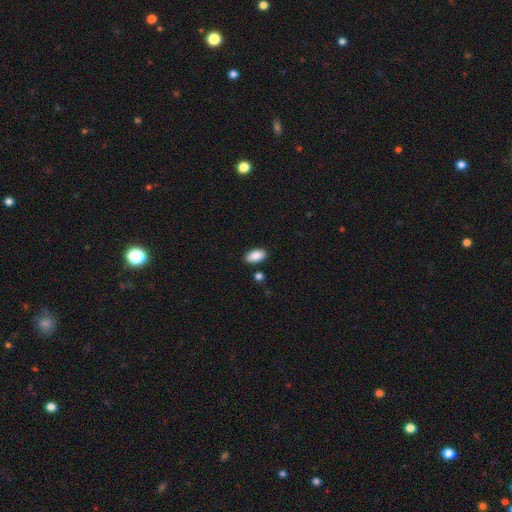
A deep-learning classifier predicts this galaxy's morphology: The model was most divided on "merging": none: 86%, minor disturbance: 9%, merger: 3%, major disturbance: 2%. More confident: how rounded — in between (94%); smooth or featured — smooth (88%).